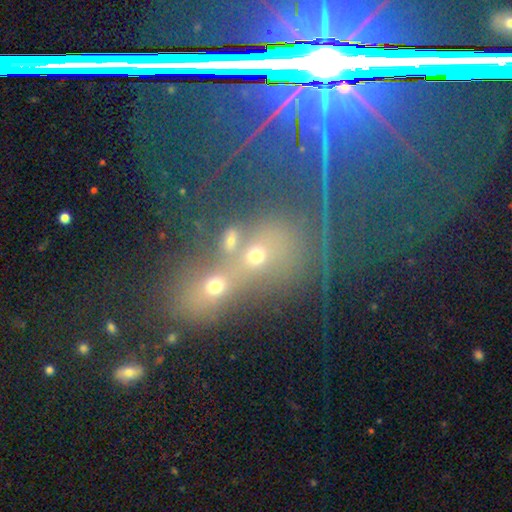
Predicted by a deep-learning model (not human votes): This appears to be a star or artifact, not a galaxy (52%).